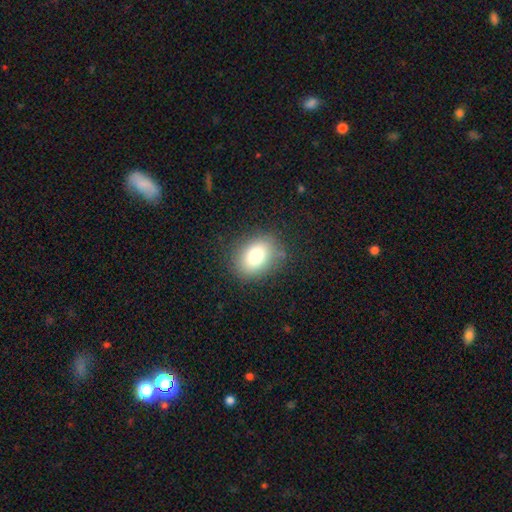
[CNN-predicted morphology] Smooth or featured? smooth (80%)
How rounded? in between (67%)
Merging? none (81%)